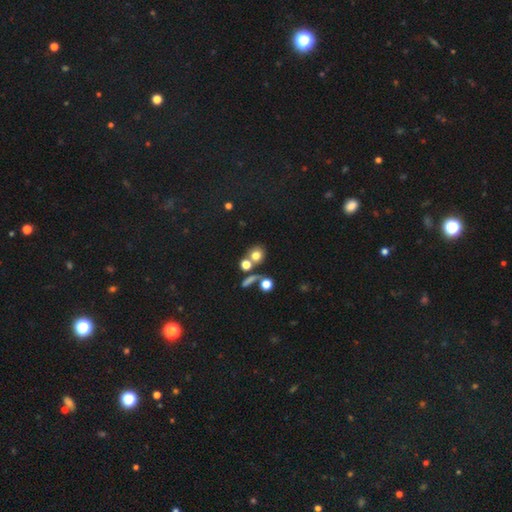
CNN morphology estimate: Overall: smooth (72%). How rounded: round (85%). Merging: none (57%; merger 29%).